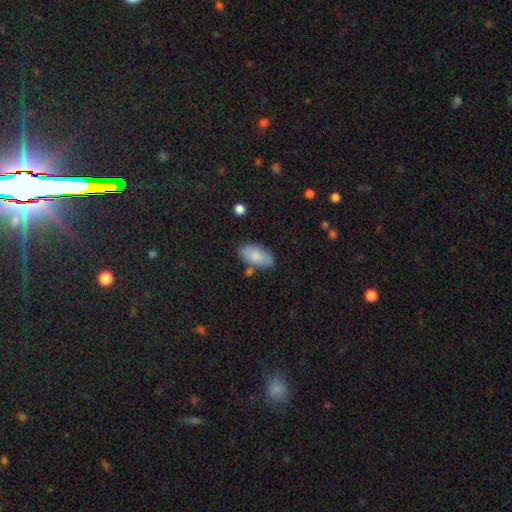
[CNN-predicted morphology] smooth 82%, featured or disk 12%, star or artifact 6%. Down the decision tree: how rounded — in between (94%); merging — none (67%).